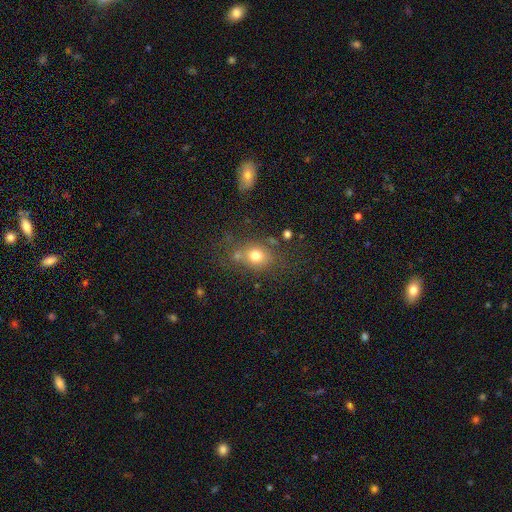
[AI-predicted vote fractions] Overall: smooth (74%). How rounded: round (58%; in between 40%). Merging: none (62%).